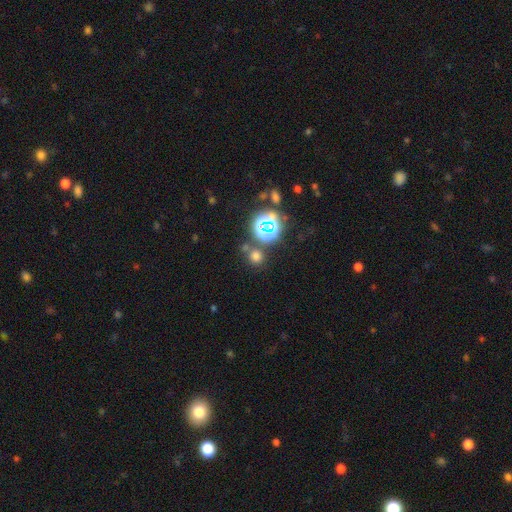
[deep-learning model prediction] Morphology: type=smooth (61%); roundness=round (86%); merging=none (75%).